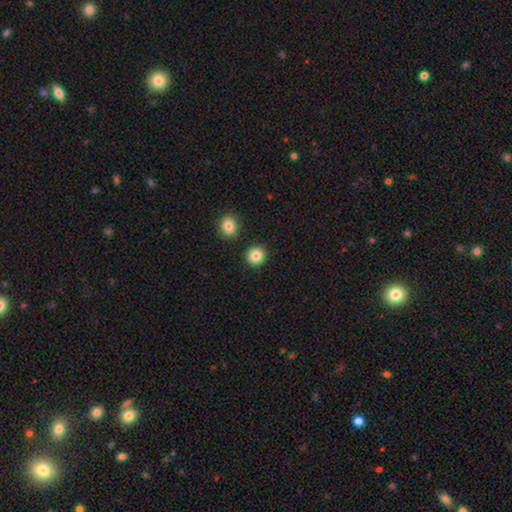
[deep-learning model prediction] Smooth or featured?
  - smooth: 86% *
  - star or artifact: 10%
  - featured or disk: 5%
How rounded?
  - round: 92% *
  - in between: 7%
  - cigar-shaped: 1%
Merging?
  - none: 90% *
  - minor disturbance: 5%
  - merger: 3%
  - major disturbance: 2%